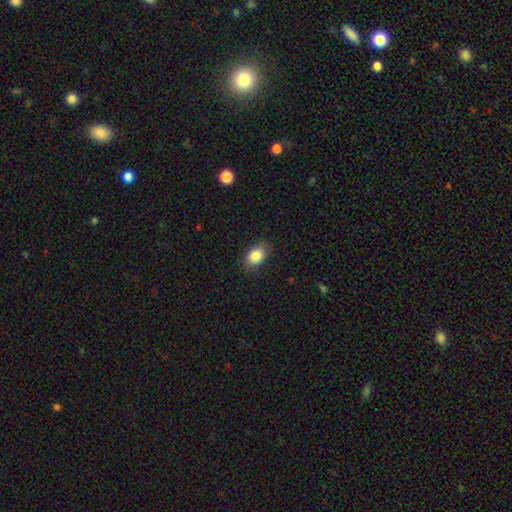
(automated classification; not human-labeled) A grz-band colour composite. It shows a smooth galaxy with no disk features (87%) that is in between round and cigar-shaped (84%). Merging: none (84%).